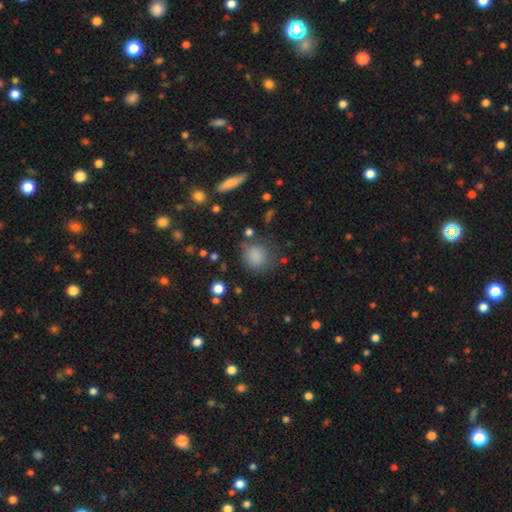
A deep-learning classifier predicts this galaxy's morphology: A smooth galaxy with no disk features (82%) that is round (78%). Merging: none (70%).